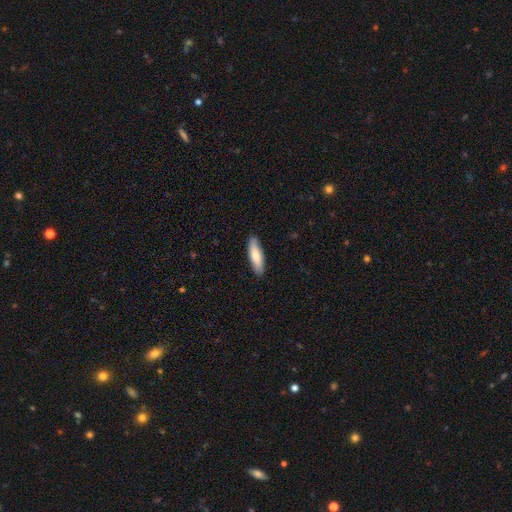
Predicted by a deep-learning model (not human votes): Overall: smooth (76%). How rounded: cigar-shaped (59%; in between 39%). Merging: none (89%).